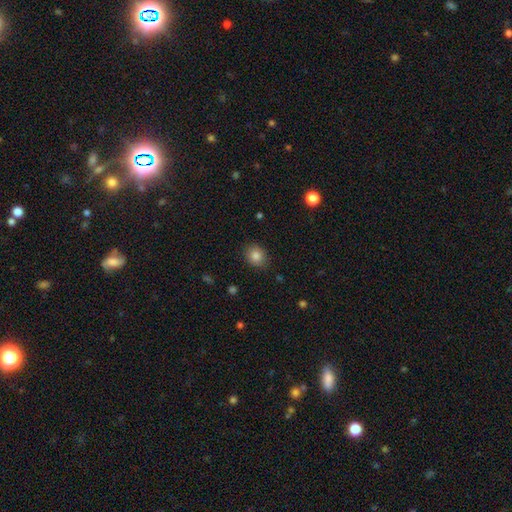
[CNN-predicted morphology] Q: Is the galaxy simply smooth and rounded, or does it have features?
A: smooth — 85%.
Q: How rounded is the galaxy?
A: round — 60%.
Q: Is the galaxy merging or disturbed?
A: none — 85%.